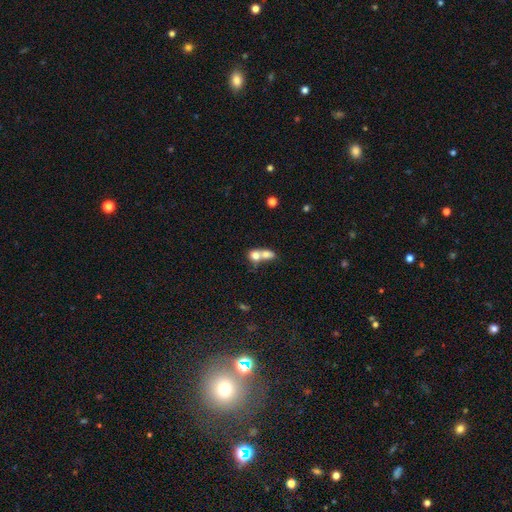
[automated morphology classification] This is likely a smooth galaxy (73%). How rounded: possibly round (51%). Merging: likely merger (74%).